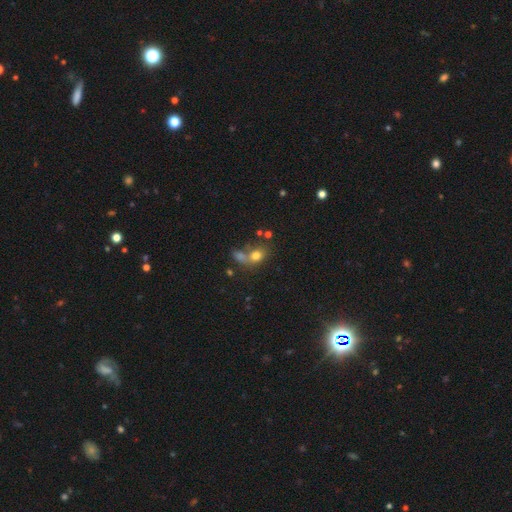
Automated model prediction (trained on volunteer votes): Q: Smooth or featured?
A: smooth (74%); runner-up: star or artifact (14%)
Q: How rounded?
A: in between (54%); runner-up: round (44%)
Q: Merging?
A: none (42%); runner-up: merger (39%)